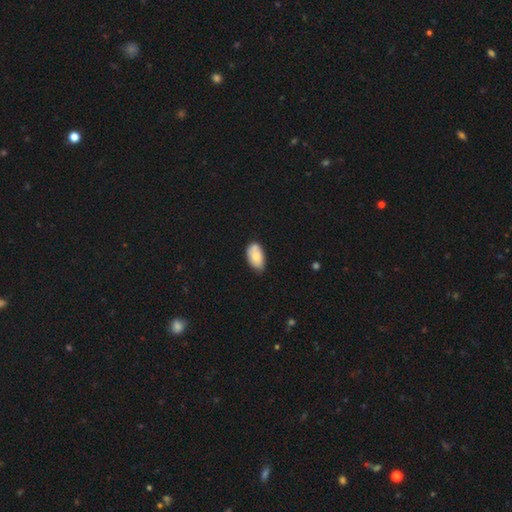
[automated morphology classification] Smooth or featured? Predicted: smooth (p=0.76). How rounded? Predicted: in between (p=0.94). Merging? Predicted: none (p=0.55).